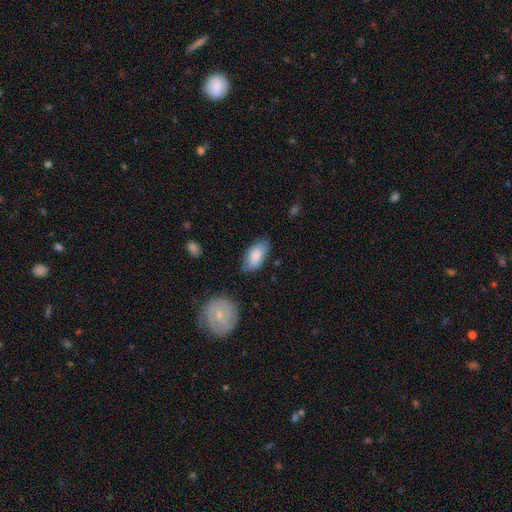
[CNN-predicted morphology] Q: Smooth or featured?
A: smooth (82%); runner-up: featured or disk (13%)
Q: How rounded?
A: in between (92%); runner-up: cigar-shaped (5%)
Q: Merging?
A: none (76%); runner-up: minor disturbance (18%)